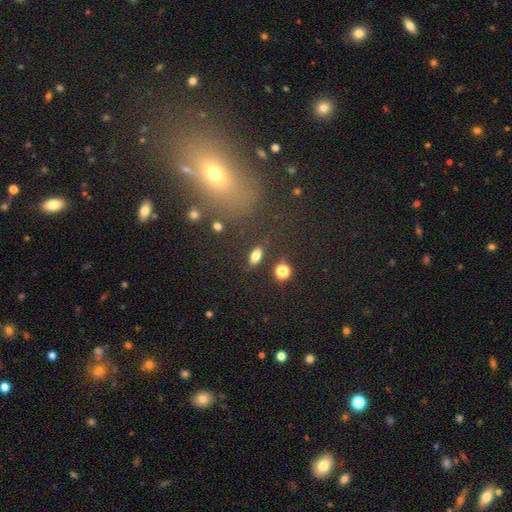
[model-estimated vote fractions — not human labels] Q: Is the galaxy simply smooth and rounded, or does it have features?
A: smooth — 79%.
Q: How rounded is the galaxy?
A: in between — 83%.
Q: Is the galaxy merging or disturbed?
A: none — 83%.